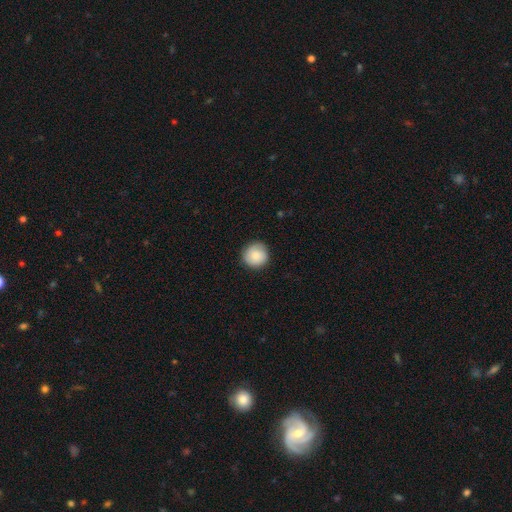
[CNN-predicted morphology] The model was most divided on "smooth or featured": smooth: 83%, featured or disk: 11%, star or artifact: 7%. More confident: how rounded — round (94%); merging — none (86%).